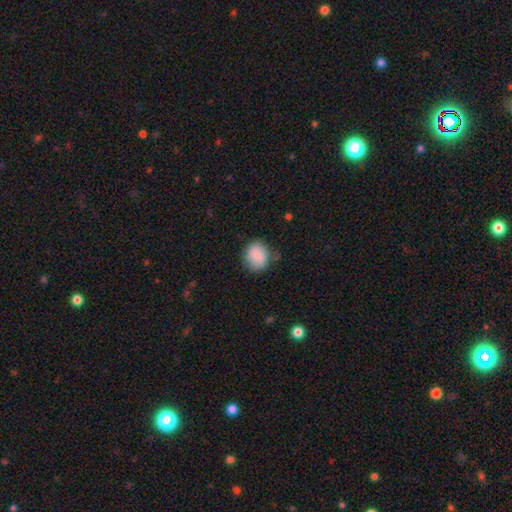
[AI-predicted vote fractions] smooth 85%, star or artifact 8%, featured or disk 8%. Down the decision tree: how rounded — round (60%); merging — none (74%).